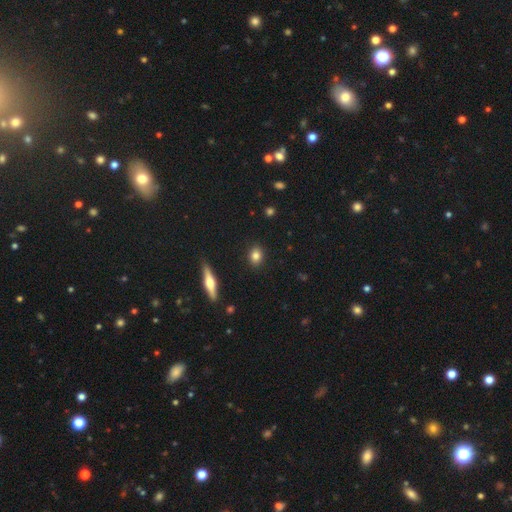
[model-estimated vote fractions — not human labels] Overall: smooth (80%). How rounded: round (48%, tied with in between). Merging: none (90%).